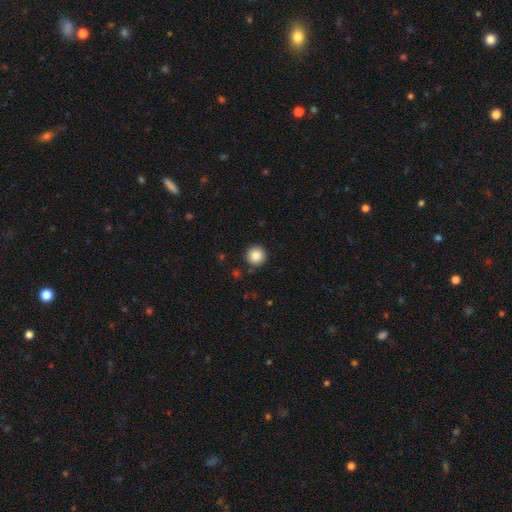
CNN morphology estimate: type=smooth (86%); roundness=round (96%); merging=none (91%).